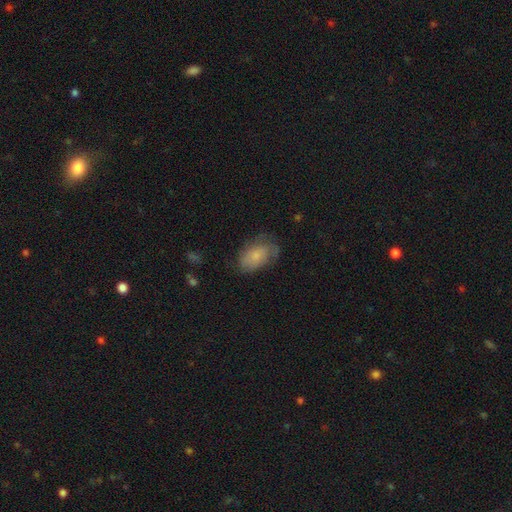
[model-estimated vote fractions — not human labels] This is likely a smooth galaxy (68%). How rounded: clearly in between (90%). Merging: possibly none (55%).